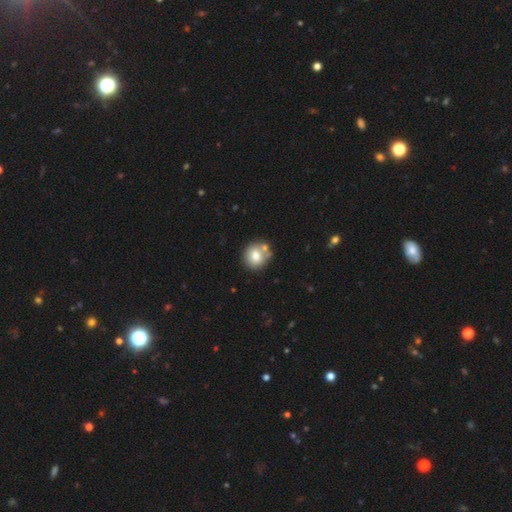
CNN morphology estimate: Overall: smooth (77%). How rounded: round (86%). Merging: none (64%).